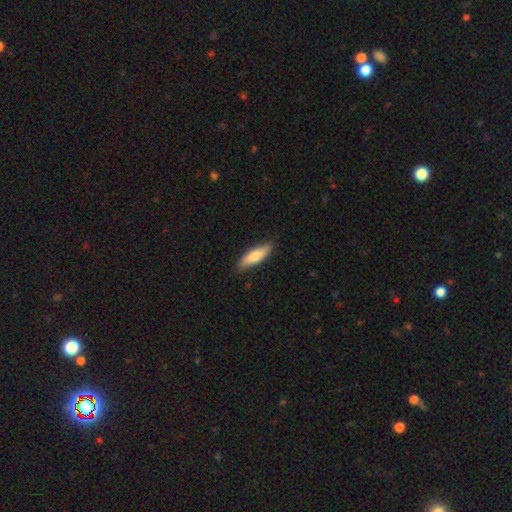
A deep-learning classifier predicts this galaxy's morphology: smooth-or-featured: smooth: 75% | featured or disk: 20% | star or artifact: 5%
  how-rounded: cigar-shaped: 54% | in between: 44% | round: 2%
  merging: none: 85% | minor disturbance: 12% | major disturbance: 2% | merger: 1%